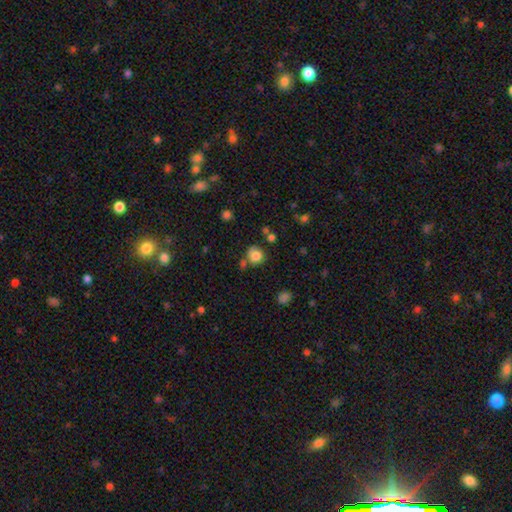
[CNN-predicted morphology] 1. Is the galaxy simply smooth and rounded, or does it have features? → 81% smooth, 11% star or artifact, 8% featured or disk.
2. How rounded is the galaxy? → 83% round, 16% in between, 1% cigar-shaped.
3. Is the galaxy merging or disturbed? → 60% none, 19% minor disturbance, 14% merger, 7% major disturbance.